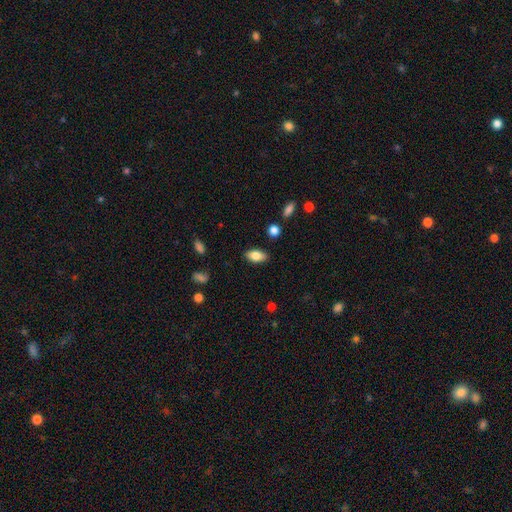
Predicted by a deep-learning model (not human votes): A smooth galaxy with no disk features (81%) that is in between round and cigar-shaped (90%). Merging: none (86%).